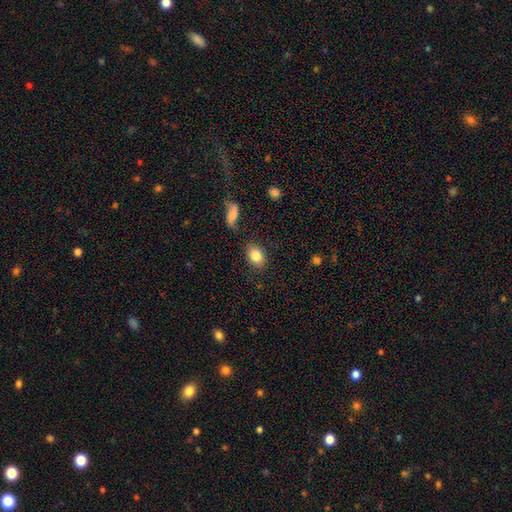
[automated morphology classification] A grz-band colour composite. It shows a smooth galaxy with no disk features (83%) that is in between round and cigar-shaped (74%). Merging: none (81%).